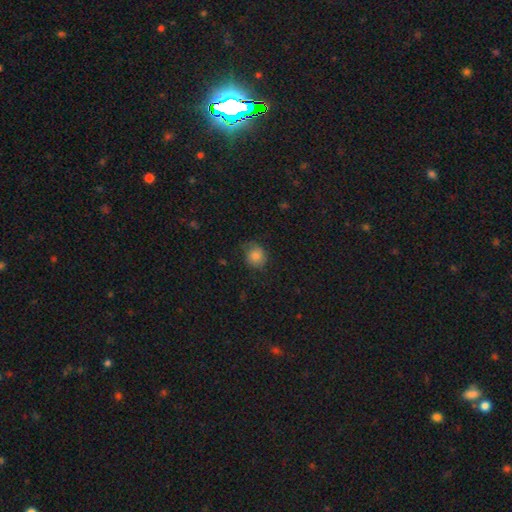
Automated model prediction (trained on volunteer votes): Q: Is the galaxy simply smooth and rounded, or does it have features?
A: smooth — 80%.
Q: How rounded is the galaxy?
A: round — 81%.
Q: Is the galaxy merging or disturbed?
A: none — 62%.